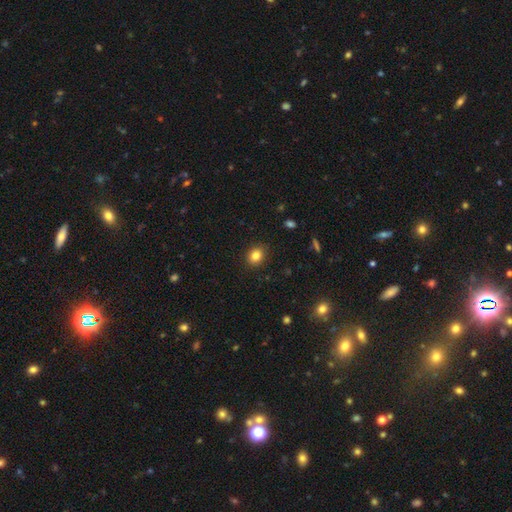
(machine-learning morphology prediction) A smooth galaxy with no disk features (84%) that is round (65%). Merging: none (89%).